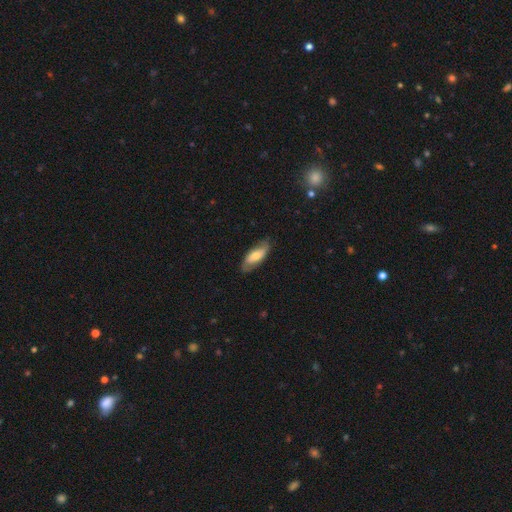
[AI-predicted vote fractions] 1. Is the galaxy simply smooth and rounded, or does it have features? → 53% smooth, 41% featured or disk, 6% star or artifact.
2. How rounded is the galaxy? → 77% in between, 20% cigar-shaped, 3% round.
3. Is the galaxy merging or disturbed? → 79% none, 16% minor disturbance, 4% major disturbance, 1% merger.